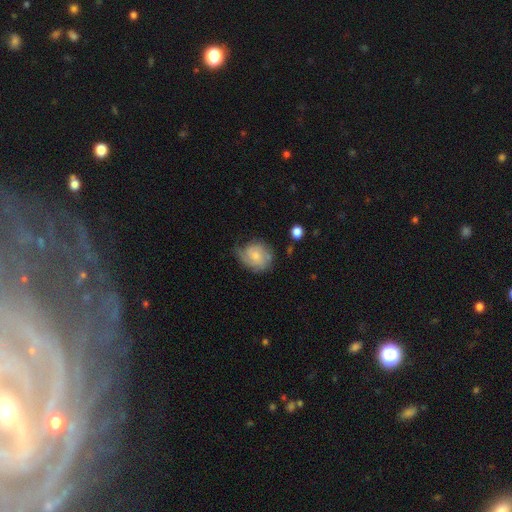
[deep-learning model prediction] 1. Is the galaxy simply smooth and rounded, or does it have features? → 57% featured or disk, 36% smooth, 7% star or artifact.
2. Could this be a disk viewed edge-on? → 97% no, 3% yes.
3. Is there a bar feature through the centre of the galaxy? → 70% no, 27% weak, 3% strong.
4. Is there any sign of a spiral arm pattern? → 86% yes, 14% no.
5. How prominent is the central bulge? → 52% small, 36% moderate, 7% none, 3% large, 1% dominant.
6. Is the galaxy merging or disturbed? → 50% none, 31% minor disturbance, 17% major disturbance, 3% merger.